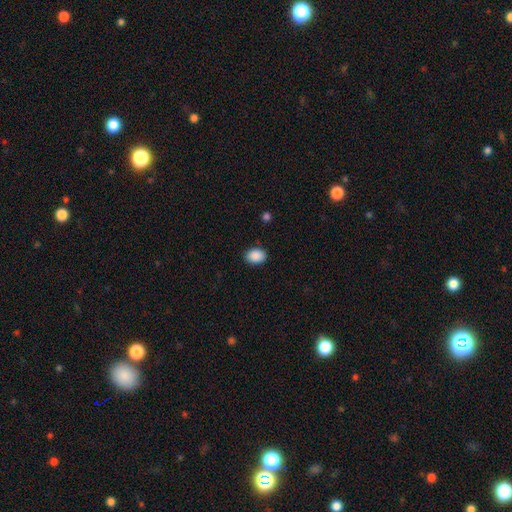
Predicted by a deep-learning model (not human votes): smooth-or-featured: smooth: 90% | star or artifact: 7% | featured or disk: 3%
  how-rounded: in between: 73% | round: 26% | cigar-shaped: 1%
  merging: none: 88% | minor disturbance: 9% | major disturbance: 2% | merger: 1%